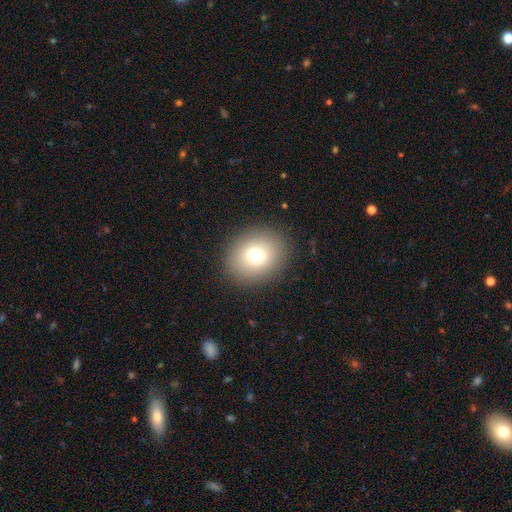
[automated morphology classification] This is likely a smooth galaxy (75%). How rounded: likely round (64%). Merging: clearly none (89%).